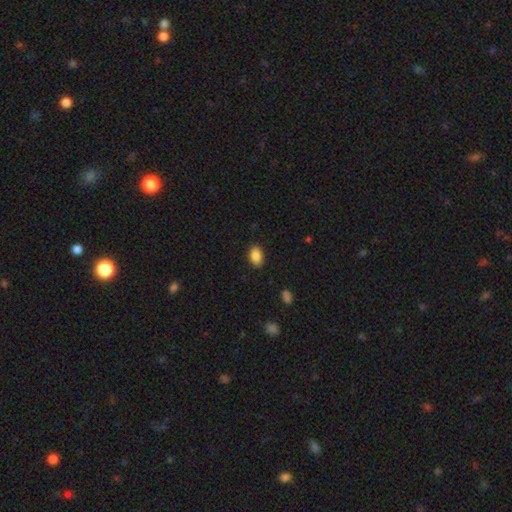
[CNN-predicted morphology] This is clearly a smooth galaxy (87%). How rounded: clearly in between (88%). Merging: clearly none (87%).